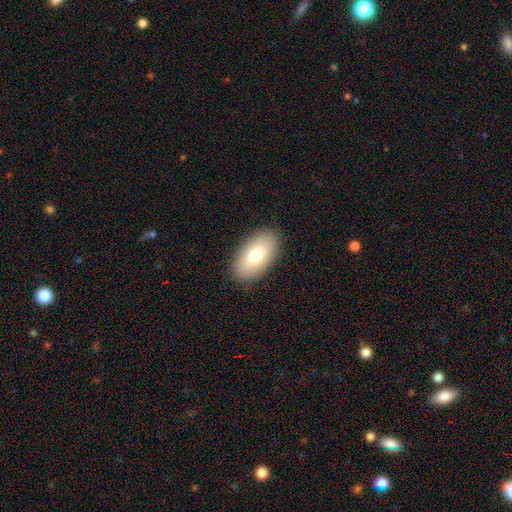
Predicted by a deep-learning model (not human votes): This is likely a smooth galaxy (78%). How rounded: clearly in between (95%). Merging: clearly none (89%).